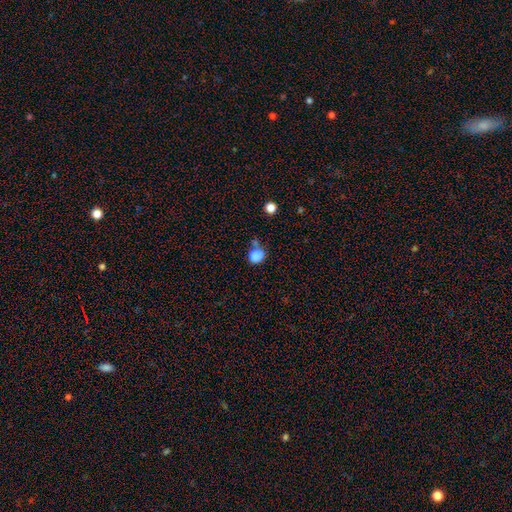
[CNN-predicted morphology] Q: Smooth or featured?
A: smooth (84%); runner-up: star or artifact (10%)
Q: How rounded?
A: round (70%); runner-up: in between (29%)
Q: Merging?
A: none (49%); runner-up: minor disturbance (22%)